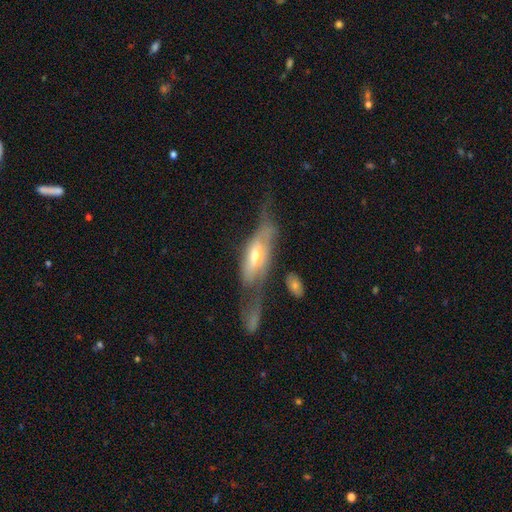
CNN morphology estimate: This is likely a featured or disk galaxy (62%). It is possibly not viewed edge-on (54%). Merging: marginally major disturbance (33%).